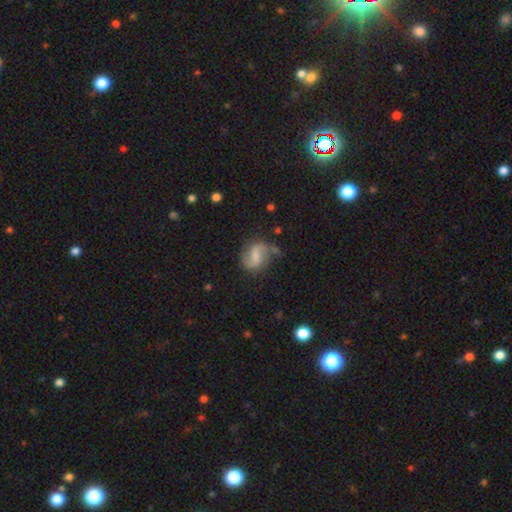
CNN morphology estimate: This appears to be a featured or disk galaxy (71%) with a weak bar (53%), 2 (87%) loose (48%) spiral arms (93%) and a small central bulge (35%). Merging: none (64%).